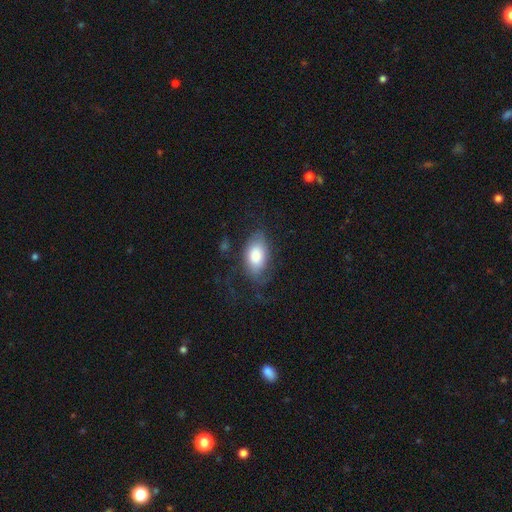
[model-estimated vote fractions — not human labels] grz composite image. It shows a smooth galaxy with no disk features (65%) that is in between round and cigar-shaped (93%). Merging: none (52%).